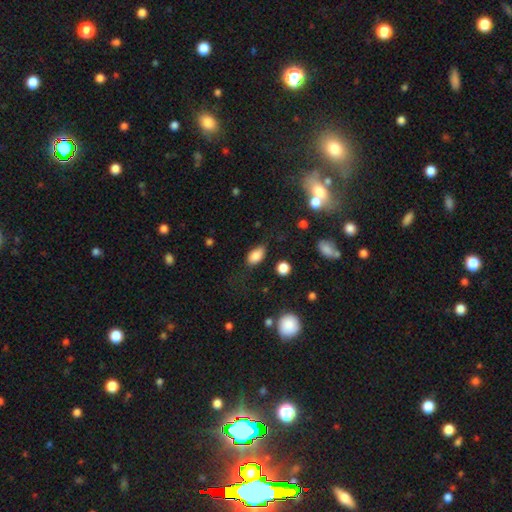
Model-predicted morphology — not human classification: smooth_or_featured: smooth (p=0.84) [alt: star or artifact p=0.09]
how_rounded: in between (p=0.89) [alt: round p=0.08]
merging: none (p=0.70) [alt: minor disturbance p=0.21]